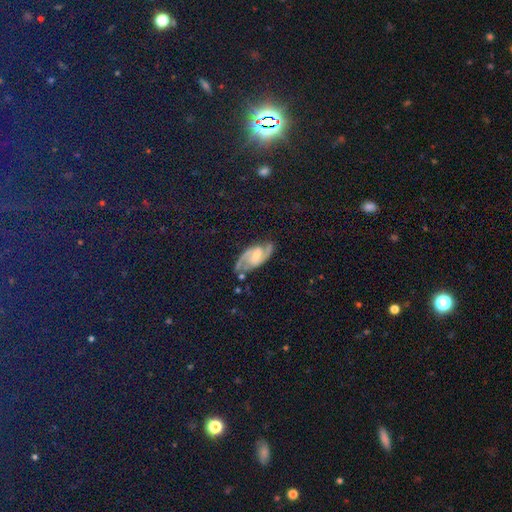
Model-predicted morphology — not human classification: type=featured or disk (76%); edge-on=no (96%); bar=weak (52%); spiral arms=yes (96%); winding=medium (55%); arm count=2 (92%); bulge=small (44%); merging=none (73%).